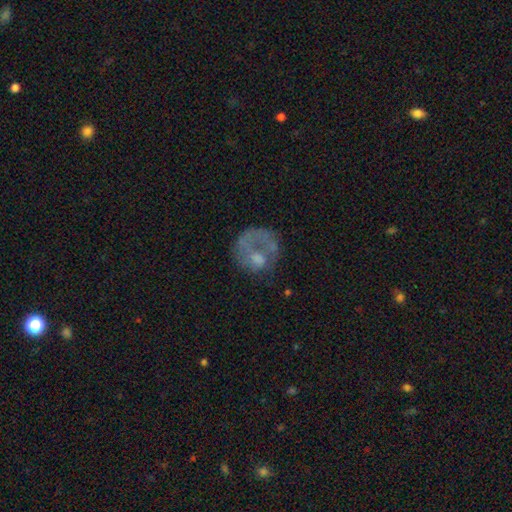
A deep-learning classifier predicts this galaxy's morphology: The model was most divided on "bulge size": moderate: 36%, none: 35%, small: 20%, large: 7%, dominant: 2%. Remaining: edge-on disk — no (98%); bar — no (87%); spiral arms — no (71%); smooth or featured — featured or disk (52%); merging — major disturbance (39%).